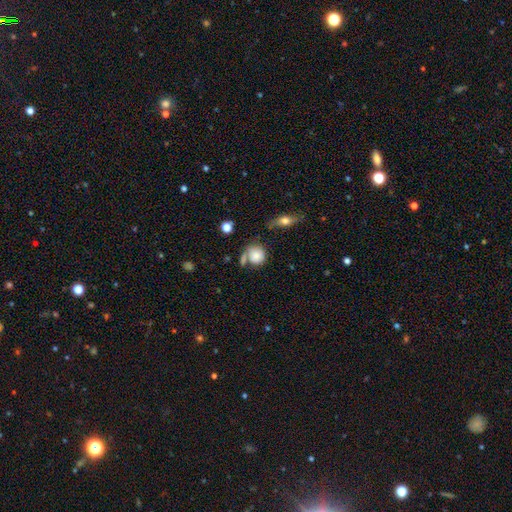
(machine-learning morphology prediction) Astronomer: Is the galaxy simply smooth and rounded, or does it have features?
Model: smooth — 76%.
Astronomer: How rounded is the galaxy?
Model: round — 80%.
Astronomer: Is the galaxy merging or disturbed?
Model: none — 48% (runner-up: merger, 24%).